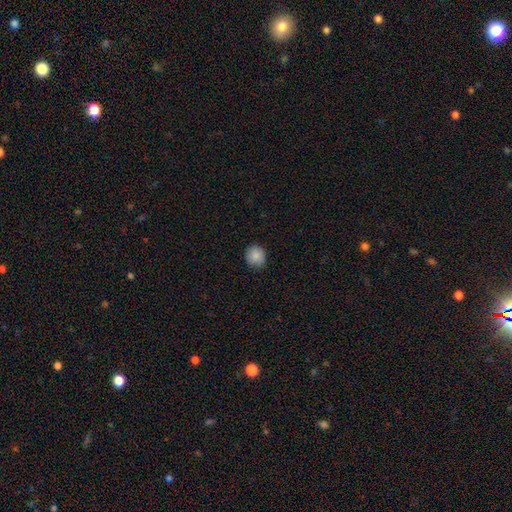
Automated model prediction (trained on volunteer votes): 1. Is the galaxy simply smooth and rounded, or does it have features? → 88% smooth, 8% star or artifact, 4% featured or disk.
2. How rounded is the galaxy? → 81% round, 18% in between, 1% cigar-shaped.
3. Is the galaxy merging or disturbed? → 86% none, 11% minor disturbance, 2% major disturbance, 1% merger.